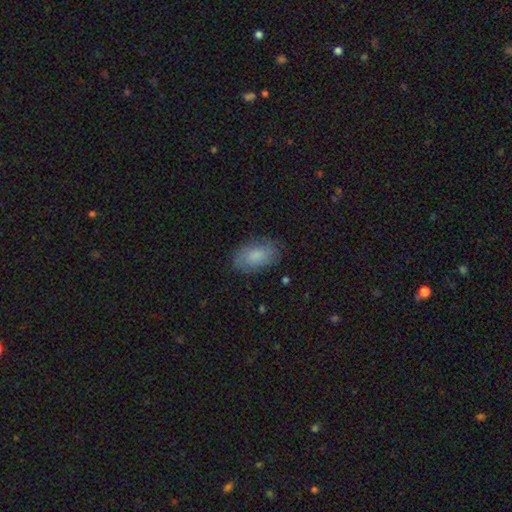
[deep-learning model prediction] A smooth galaxy with no disk features (80%) that is in between round and cigar-shaped (93%).

Vote fractions:
- Smooth or featured? smooth: 80% / featured or disk: 13% / star or artifact: 7%
- How rounded? in between: 93% / round: 5% / cigar-shaped: 2%
- Merging? none: 80% / minor disturbance: 15% / major disturbance: 4% / merger: 1%